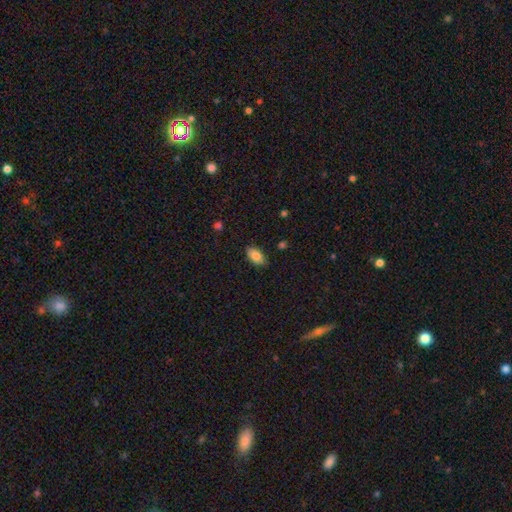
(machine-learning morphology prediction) Smooth or featured? smooth (84%)
How rounded? in between (92%)
Merging? none (83%)